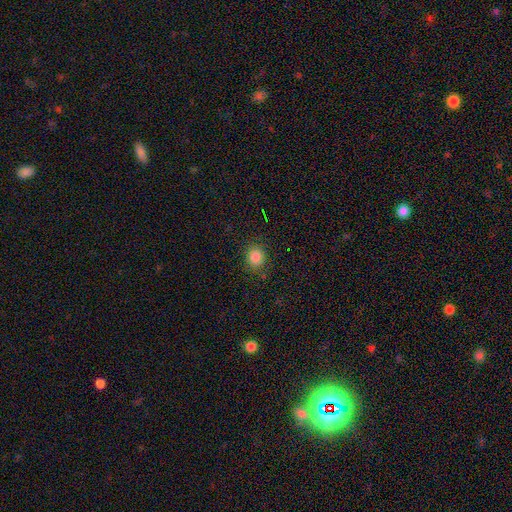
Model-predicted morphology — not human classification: A smooth galaxy with no disk features (84%) that is round (78%). Merging: none (87%).